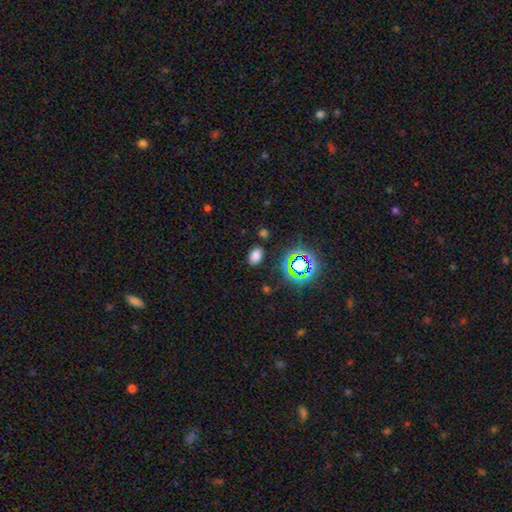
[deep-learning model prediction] Smooth or featured: smooth — 73% (star or artifact — 21%)
How rounded: in between — 85% (round — 14%)
Merging: none — 84% (minor disturbance — 10%)